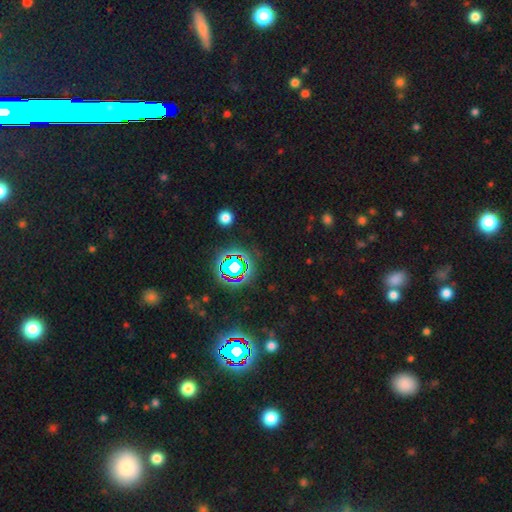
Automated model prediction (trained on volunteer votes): This is likely a star or artifact rather than a galaxy (78%).